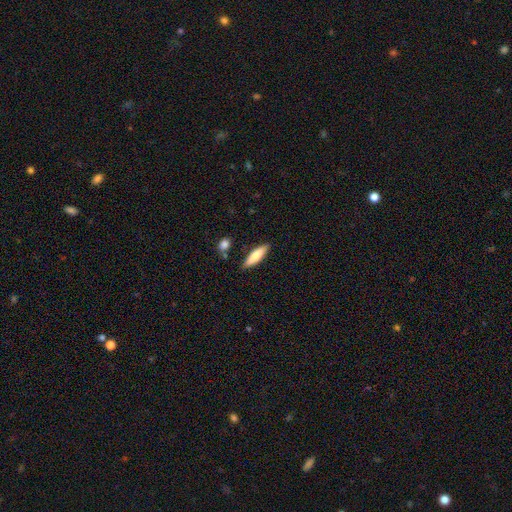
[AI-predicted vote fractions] Smooth or featured? smooth (72%)
How rounded? cigar-shaped (62%)
Merging? none (84%)